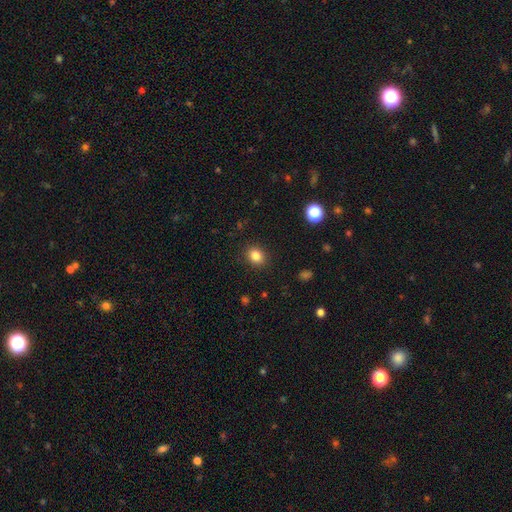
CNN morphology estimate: Smooth or featured?
  - smooth: 84% *
  - star or artifact: 11%
  - featured or disk: 5%
How rounded?
  - round: 60% *
  - in between: 39%
  - cigar-shaped: 1%
Merging?
  - none: 89% *
  - minor disturbance: 7%
  - major disturbance: 3%
  - merger: 1%